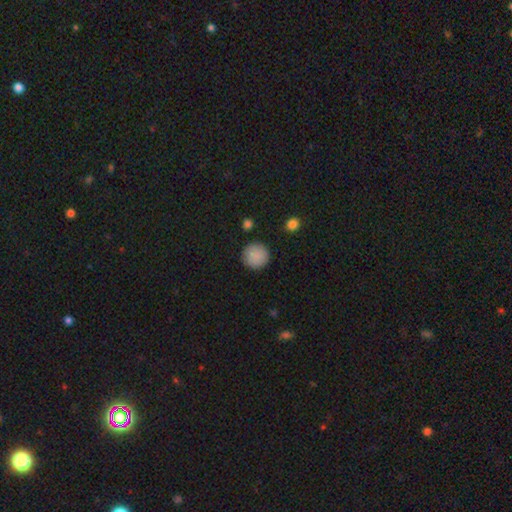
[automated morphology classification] Overall: smooth (89%). How rounded: round (95%). Merging: none (89%).